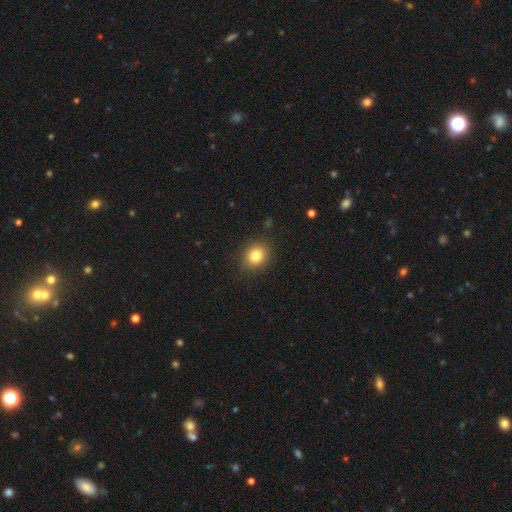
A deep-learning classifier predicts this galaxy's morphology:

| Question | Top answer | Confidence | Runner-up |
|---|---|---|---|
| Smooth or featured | smooth | 83% | star or artifact (11%) |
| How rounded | round | 71% | in between (28%) |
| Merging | none | 88% | minor disturbance (9%) |